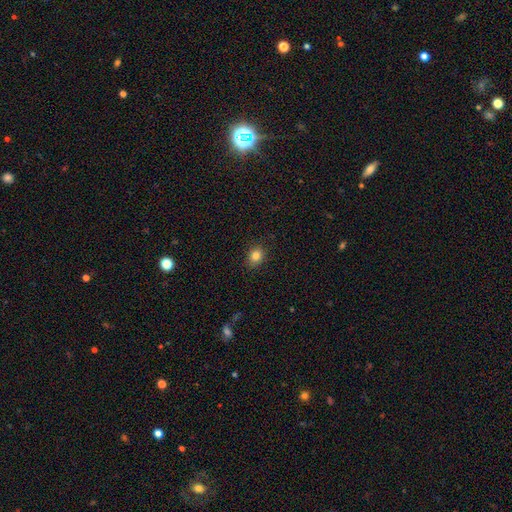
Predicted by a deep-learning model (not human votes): smooth 83%, star or artifact 11%, featured or disk 6%. Down the decision tree: how rounded — round (62%); merging — none (88%).